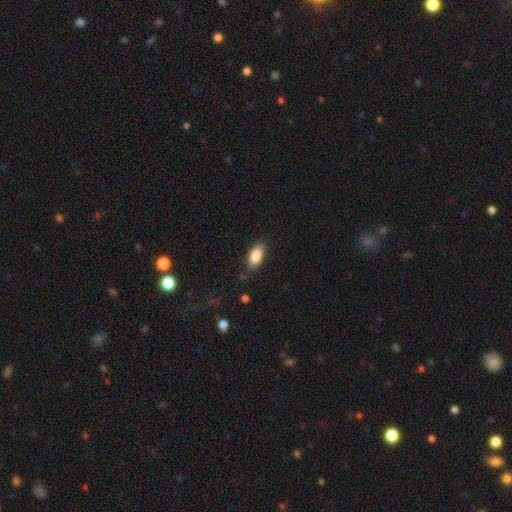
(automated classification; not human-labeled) Smooth or featured? Predicted: smooth (p=0.84). How rounded? Predicted: in between (p=0.86). Merging? Predicted: none (p=0.83).